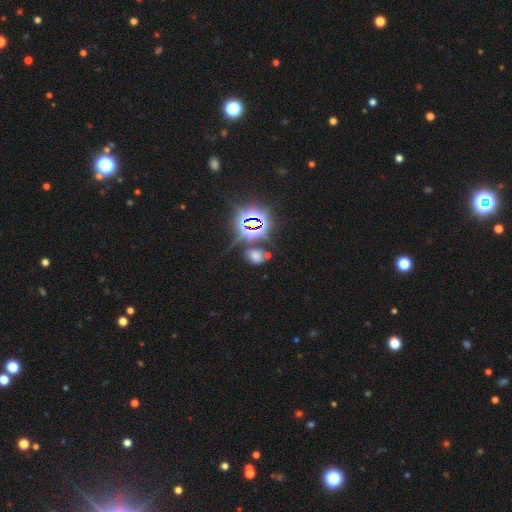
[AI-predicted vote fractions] smooth 45% (tied), star or artifact 45% (tied), featured or disk 10%. Down the decision tree: merging — none (62%).